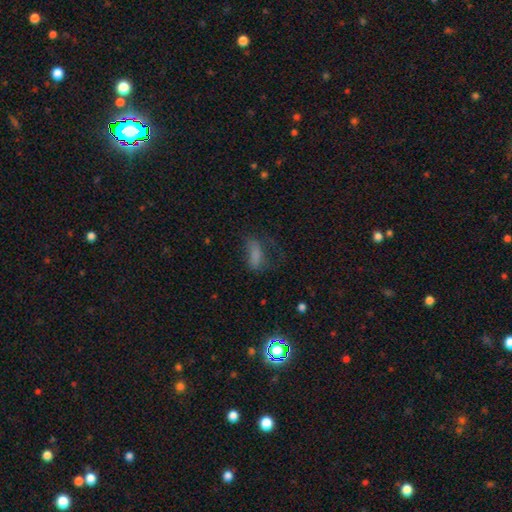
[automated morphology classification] Overall: smooth (62%). How rounded: in between (73%). Merging: none (41%; major disturbance 31%).